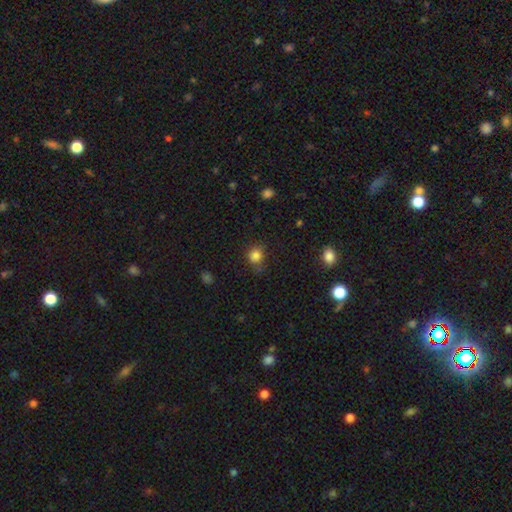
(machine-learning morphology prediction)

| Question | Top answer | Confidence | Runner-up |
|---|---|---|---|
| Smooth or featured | smooth | 83% | star or artifact (12%) |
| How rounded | round | 81% | in between (18%) |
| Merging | none | 72% | minor disturbance (20%) |